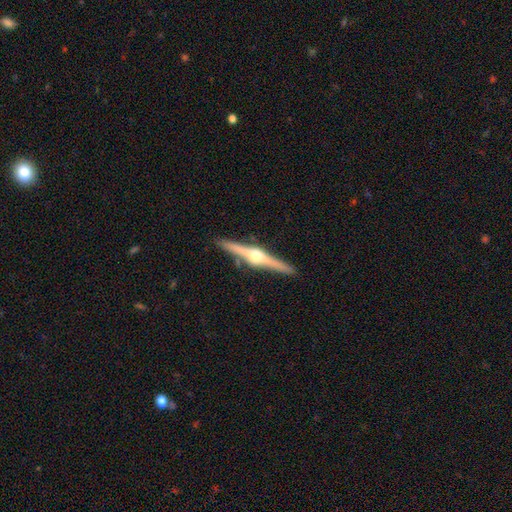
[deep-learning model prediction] Q: Smooth or featured?
A: featured or disk (82%); runner-up: smooth (13%)
Q: Edge-on disk?
A: yes (98%); runner-up: no (2%)
Q: Edge-on bulge?
A: rounded (95%); runner-up: boxy (3%)
Q: Merging?
A: none (90%); runner-up: minor disturbance (7%)